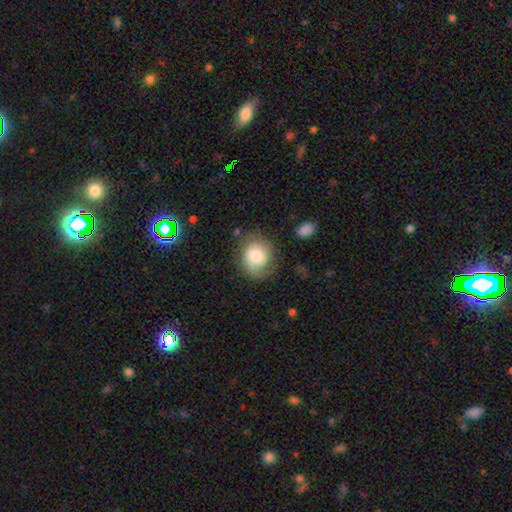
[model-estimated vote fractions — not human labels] Smooth or featured? smooth (62%)
How rounded? round (64%)
Merging? none (60%)